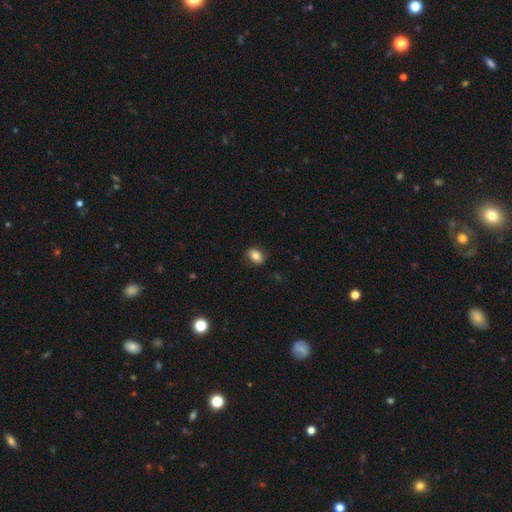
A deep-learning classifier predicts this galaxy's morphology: Smooth or featured: smooth — 82% (featured or disk — 9%)
How rounded: in between — 71% (round — 28%)
Merging: none — 83% (minor disturbance — 13%)